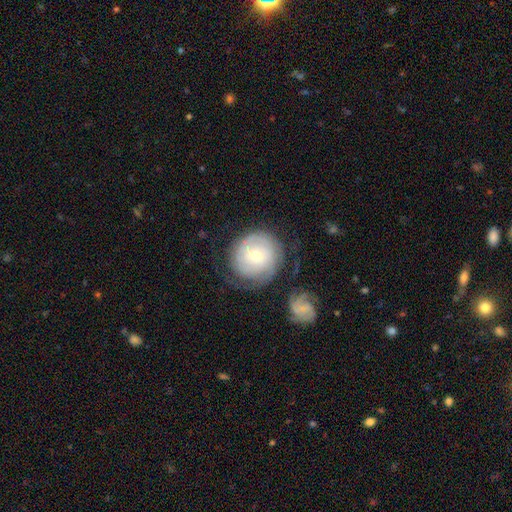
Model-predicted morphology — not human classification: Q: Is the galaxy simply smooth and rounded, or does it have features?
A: featured or disk — 58%.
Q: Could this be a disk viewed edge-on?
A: no — 97%.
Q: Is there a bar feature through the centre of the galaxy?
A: no — 71%.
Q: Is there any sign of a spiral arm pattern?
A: yes — 84%.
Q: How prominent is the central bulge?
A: small — 51%.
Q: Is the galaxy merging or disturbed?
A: none — 67%.